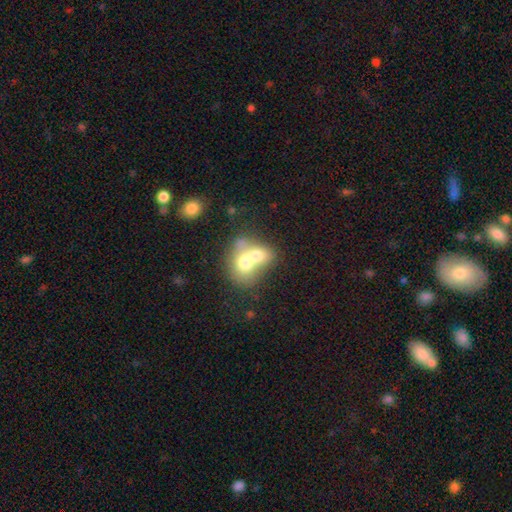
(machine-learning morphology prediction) Smooth or featured: smooth — 65% (featured or disk — 27%)
How rounded: in between — 52% (round — 47%)
Merging: merger — 77% (none — 14%)